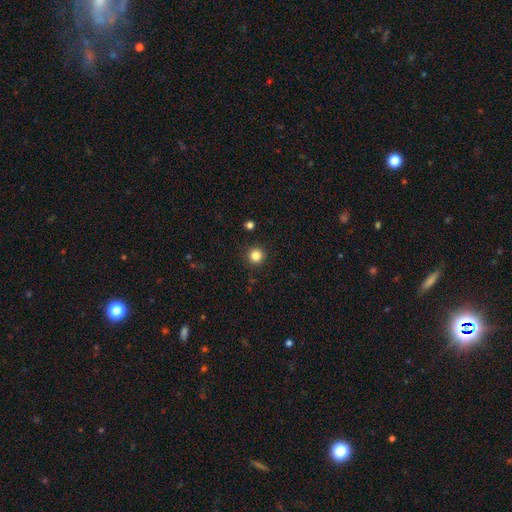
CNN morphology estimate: type=smooth (84%); roundness=round (96%); merging=none (92%).